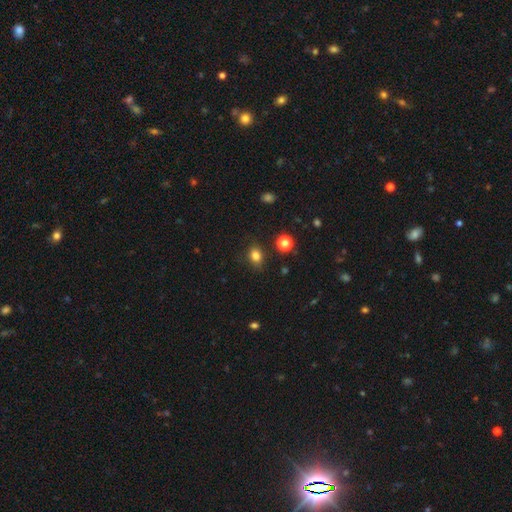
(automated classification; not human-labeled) Smooth or featured?
  - smooth: 81% *
  - star or artifact: 13%
  - featured or disk: 5%
How rounded?
  - in between: 56% *
  - round: 42%
  - cigar-shaped: 1%
Merging?
  - none: 83% *
  - minor disturbance: 11%
  - major disturbance: 3%
  - merger: 2%